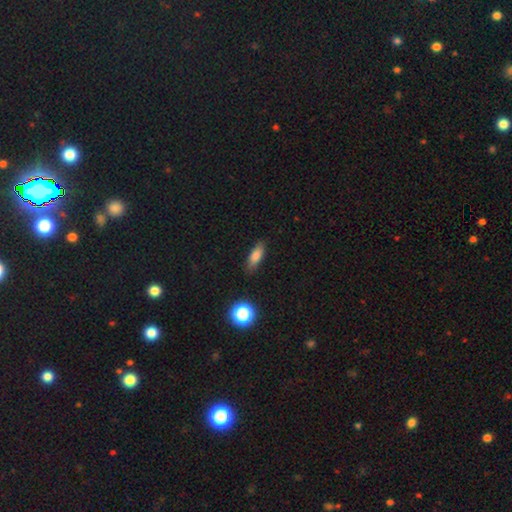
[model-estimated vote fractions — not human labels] Morphology: type=smooth (79%); roundness=in between (61%); merging=none (84%).